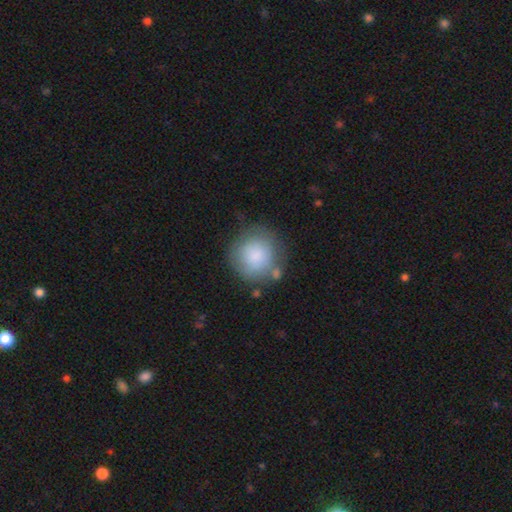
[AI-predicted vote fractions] Smooth or featured? smooth (81%)
How rounded? round (92%)
Merging? none (66%)